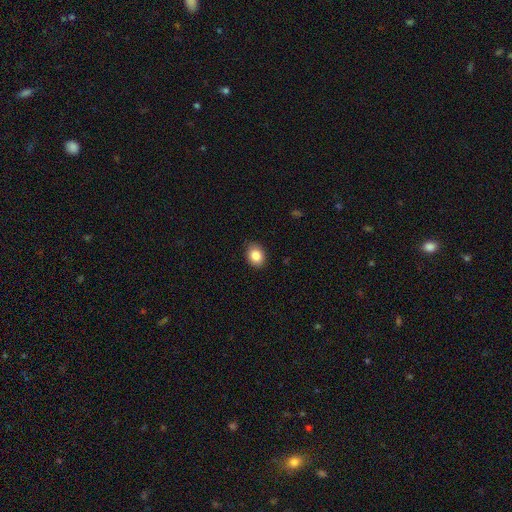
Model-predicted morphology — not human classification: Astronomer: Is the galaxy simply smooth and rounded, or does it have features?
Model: smooth — 86%.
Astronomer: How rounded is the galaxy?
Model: in between — 55% (runner-up: round, 44%).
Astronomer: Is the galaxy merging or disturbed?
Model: none — 86%.